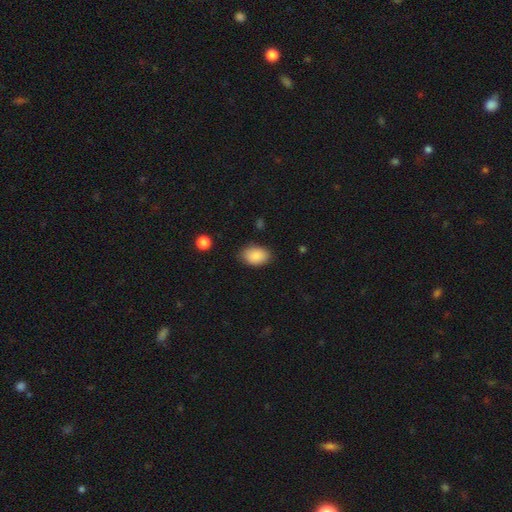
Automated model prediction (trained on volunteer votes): smooth 88%, star or artifact 7%, featured or disk 5%. Down the decision tree: how rounded — in between (87%); merging — none (82%).